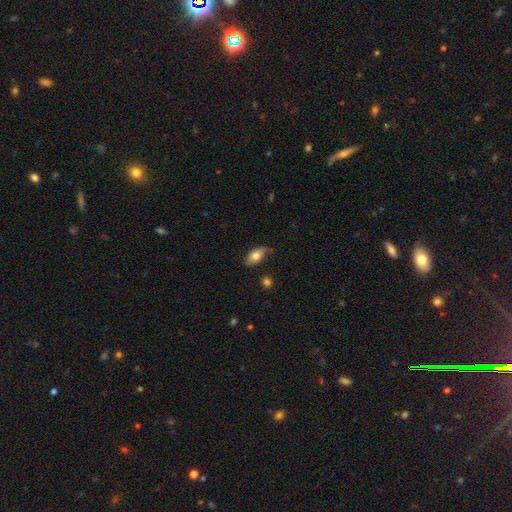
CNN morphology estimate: Q: Smooth or featured?
A: smooth (77%); runner-up: featured or disk (16%)
Q: How rounded?
A: in between (91%); runner-up: round (5%)
Q: Merging?
A: none (63%); runner-up: minor disturbance (29%)